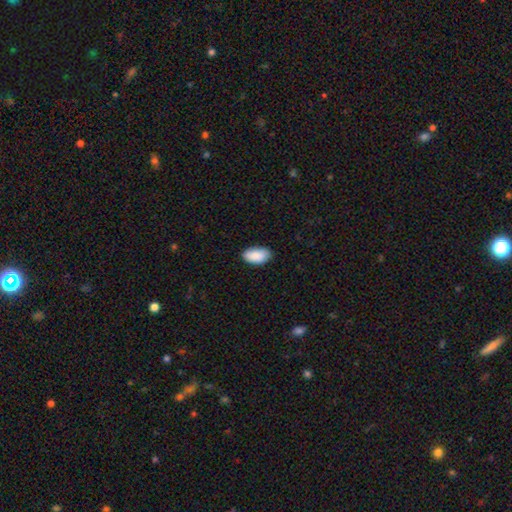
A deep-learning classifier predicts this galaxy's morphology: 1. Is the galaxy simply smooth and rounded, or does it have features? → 88% smooth, 6% star or artifact, 6% featured or disk.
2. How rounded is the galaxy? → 95% in between, 3% round, 2% cigar-shaped.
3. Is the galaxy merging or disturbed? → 83% none, 14% minor disturbance, 2% major disturbance, 1% merger.